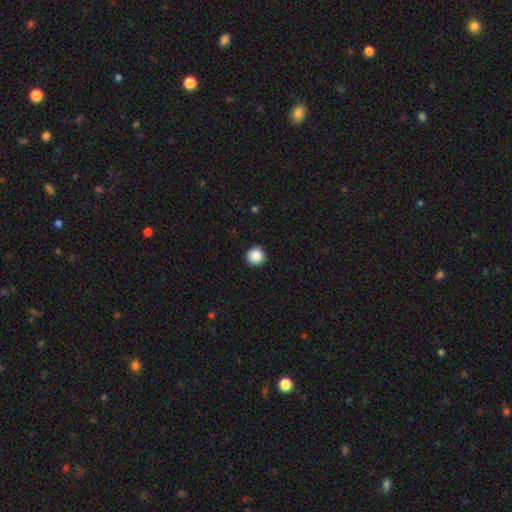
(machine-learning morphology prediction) smooth-or-featured: smooth: 88% | star or artifact: 9% | featured or disk: 3%
  how-rounded: round: 94% | in between: 5% | cigar-shaped: 1%
  merging: none: 90% | minor disturbance: 8% | major disturbance: 2% | merger: 1%